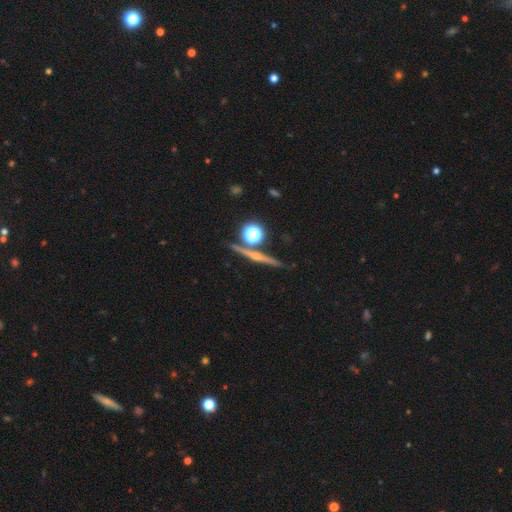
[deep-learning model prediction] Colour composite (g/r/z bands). It shows a featured or disk galaxy (71%) viewed edge-on (97%) with a rounded central bulge (76%). Merging: none (85%).